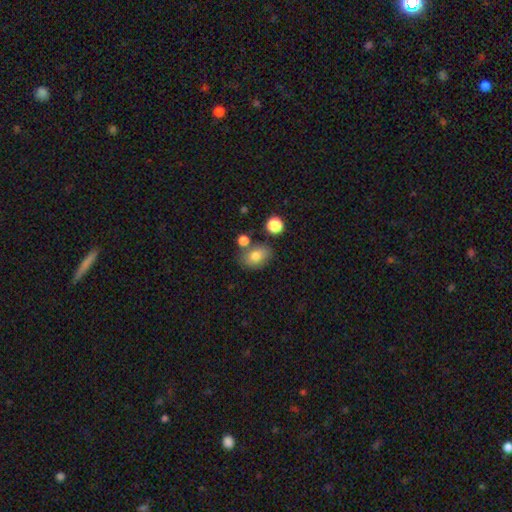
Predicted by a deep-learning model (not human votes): Smooth or featured: smooth — 78% (featured or disk — 12%)
How rounded: in between — 71% (round — 28%)
Merging: none — 66% (minor disturbance — 15%)